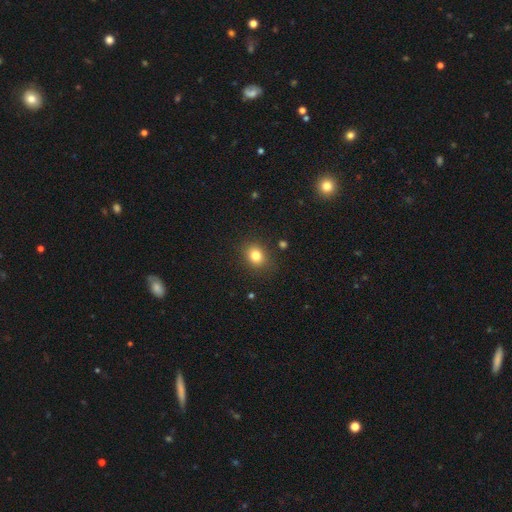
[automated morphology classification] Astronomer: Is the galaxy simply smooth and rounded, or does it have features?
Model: smooth — 81%.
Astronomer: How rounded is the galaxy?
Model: round — 58% (runner-up: in between, 41%).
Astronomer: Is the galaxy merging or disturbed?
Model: none — 85%.